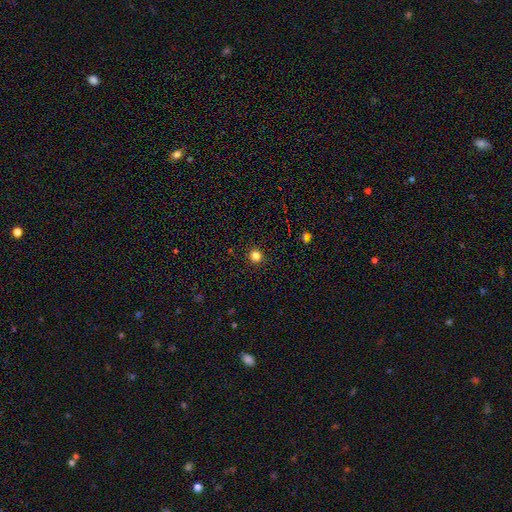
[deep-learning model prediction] A smooth galaxy with no disk features (83%) that is round (93%). Merging: none (93%).